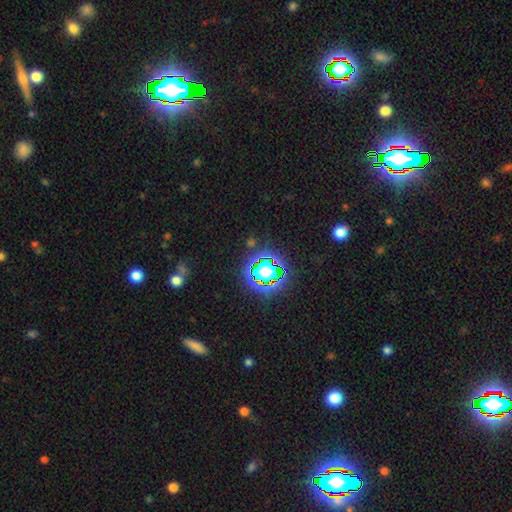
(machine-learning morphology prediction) Q: Smooth or featured?
A: star or artifact (79%); runner-up: smooth (13%)